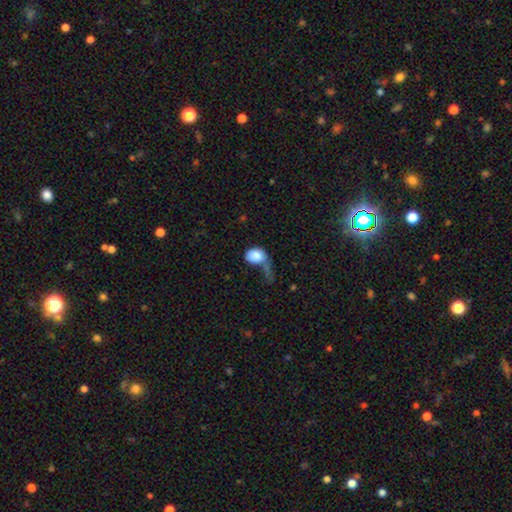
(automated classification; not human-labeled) Q: Smooth or featured?
A: smooth (83%); runner-up: featured or disk (10%)
Q: How rounded?
A: in between (63%); runner-up: round (35%)
Q: Merging?
A: major disturbance (41%); runner-up: none (22%)